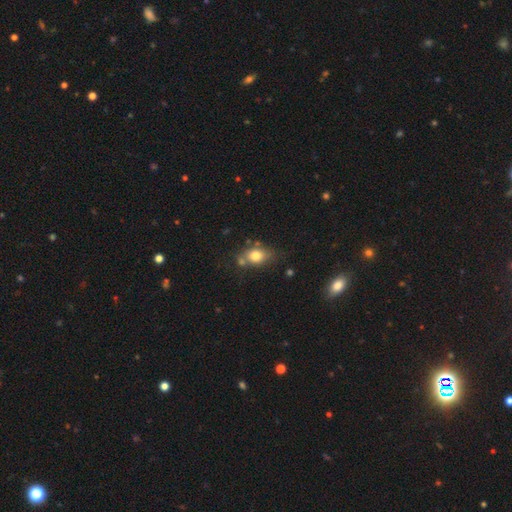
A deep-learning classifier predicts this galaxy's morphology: smooth 77%, featured or disk 13%, star or artifact 10%. Down the decision tree: how rounded — in between (64%); merging — none (58%).